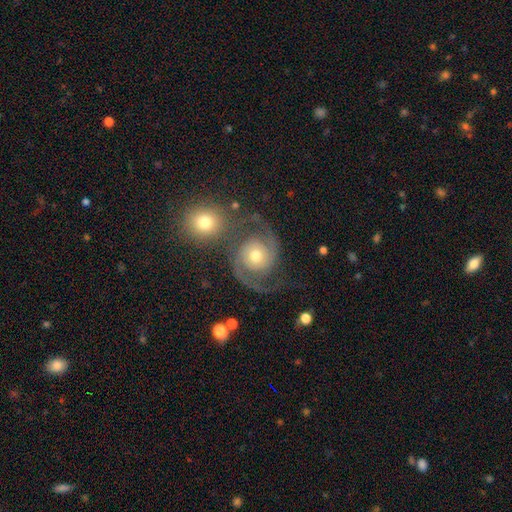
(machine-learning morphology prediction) A featured or disk galaxy (89%) with no bar (77%), 2 (94%) medium (54%) spiral arms (98%) and a moderate central bulge (70%).

Vote fractions:
- Smooth or featured? featured or disk: 89% / smooth: 6% / star or artifact: 5%
- Edge-on disk? no: 98% / yes: 2%
- Bar? no: 77% / weak: 18% / strong: 5%
- Spiral arms? yes: 98% / no: 2%
- Spiral winding? medium: 54% / tight: 28% / loose: 18%
- Spiral arm count? 2: 94% / can't tell: 2% / 3: 1% / 1: 1% / 4: 1% / more than 4: 1%
- Bulge size? moderate: 70% / small: 20% / large: 7% / dominant: 1% / none: 1%
- Merging? none: 66% / minor disturbance: 13% / merger: 13% / major disturbance: 8%